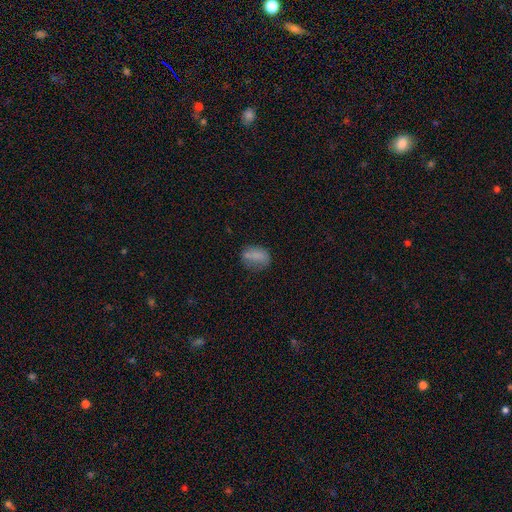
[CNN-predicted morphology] Smooth or featured?
  - smooth: 75% *
  - featured or disk: 14%
  - star or artifact: 11%
How rounded?
  - in between: 68% *
  - round: 30%
  - cigar-shaped: 2%
Merging?
  - none: 53% *
  - minor disturbance: 26%
  - major disturbance: 12%
  - merger: 9%